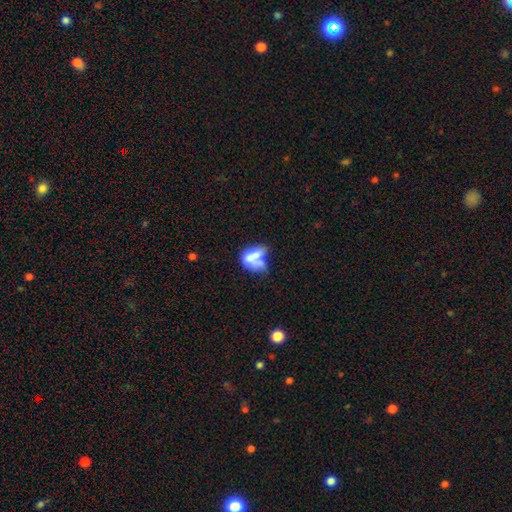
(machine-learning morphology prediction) A smooth galaxy with no disk features (59%) that is in between round and cigar-shaped (78%).

Vote fractions:
- Smooth or featured? smooth: 59% / featured or disk: 31% / star or artifact: 10%
- How rounded? in between: 78% / round: 14% / cigar-shaped: 8%
- Merging? merger: 51% / none: 19% / major disturbance: 17% / minor disturbance: 13%